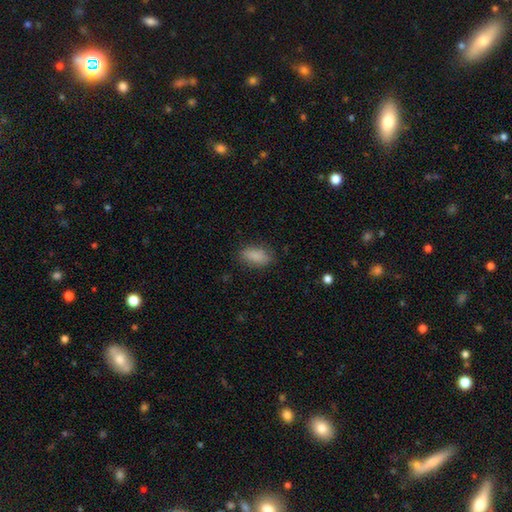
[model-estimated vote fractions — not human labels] Smooth or featured? smooth (87%)
How rounded? in between (89%)
Merging? none (80%)